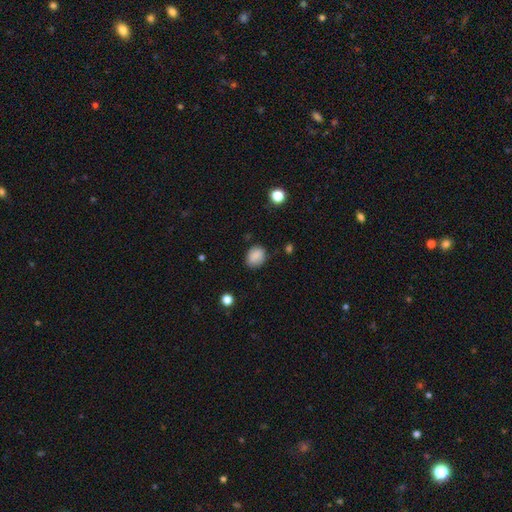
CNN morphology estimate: Overall: smooth (86%). How rounded: in between (53%; round 46%). Merging: none (78%).